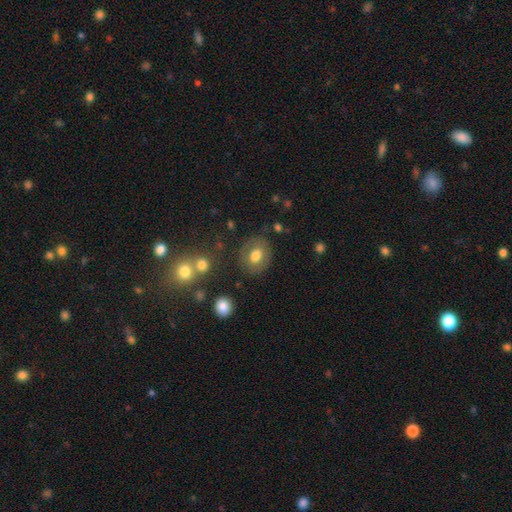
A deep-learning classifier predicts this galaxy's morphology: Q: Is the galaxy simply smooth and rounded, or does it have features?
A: smooth — 66%.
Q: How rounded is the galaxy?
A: round — 57%.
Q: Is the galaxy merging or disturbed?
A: none — 79%.